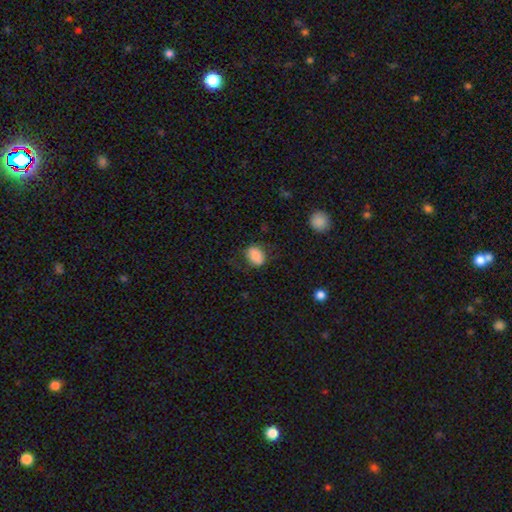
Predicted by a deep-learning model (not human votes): Overall: smooth (84%). How rounded: in between (71%). Merging: none (71%).